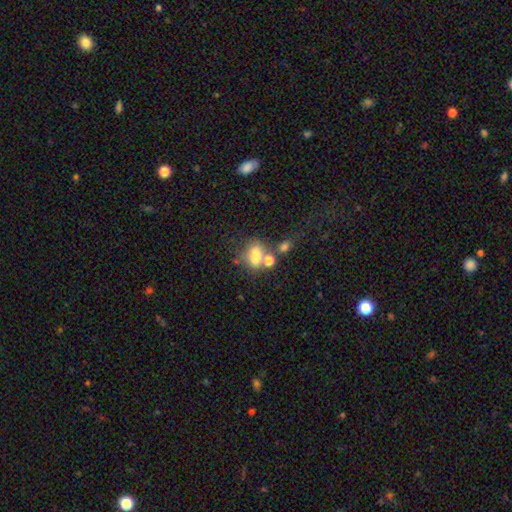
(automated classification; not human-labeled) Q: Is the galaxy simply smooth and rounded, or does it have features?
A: smooth — 73%.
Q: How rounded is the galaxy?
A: in between — 77%.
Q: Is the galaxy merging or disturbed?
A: none — 39%.